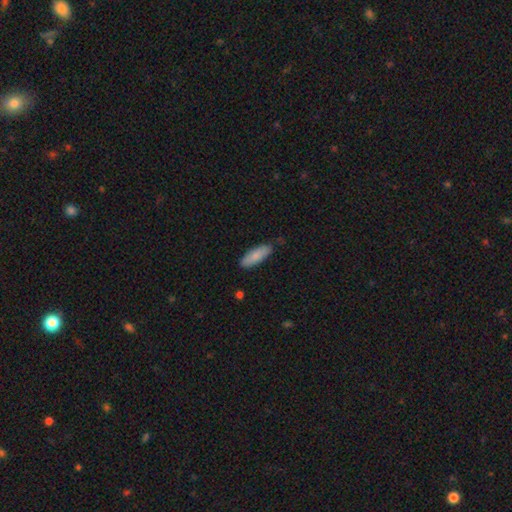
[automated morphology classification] A smooth galaxy with no disk features (82%) that is in between round and cigar-shaped (62%). Merging: none (78%).